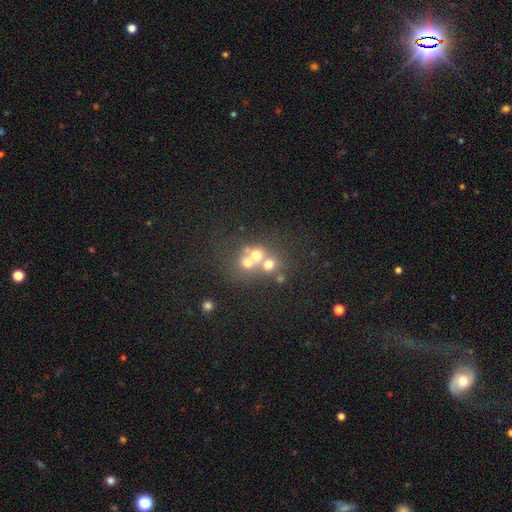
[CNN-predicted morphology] smooth_or_featured: smooth (p=0.52) [alt: featured or disk p=0.28]
how_rounded: round (p=0.79) [alt: in between p=0.20]
merging: merger (p=0.56) [alt: none p=0.33]